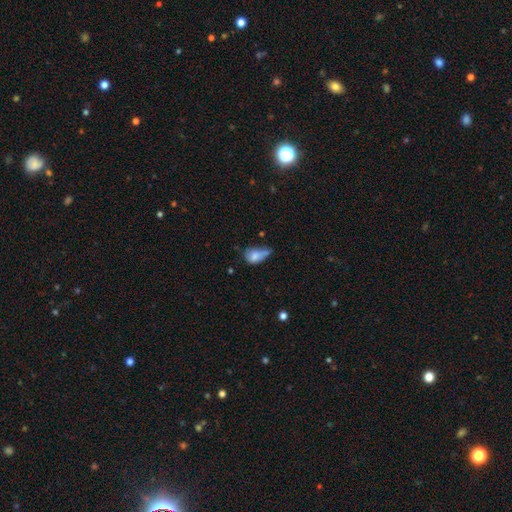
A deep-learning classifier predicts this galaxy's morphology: type=smooth (70%); roundness=in between (81%); merging=minor disturbance (36%).